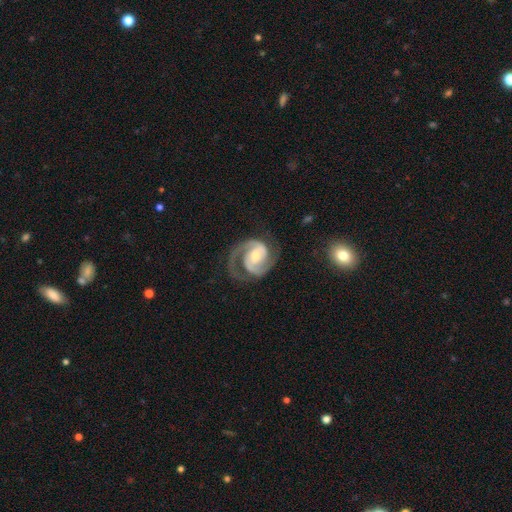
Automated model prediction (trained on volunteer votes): Smooth or featured? Predicted: featured or disk (p=0.92). Edge-on disk? Predicted: no (p=0.98). Bar? Predicted: no (p=0.51). Spiral arms? Predicted: yes (p=0.98). Spiral winding? Predicted: medium (p=0.51). Spiral arm count? Predicted: 2 (p=0.90). Bulge size? Predicted: moderate (p=0.56). Merging? Predicted: none (p=0.73).